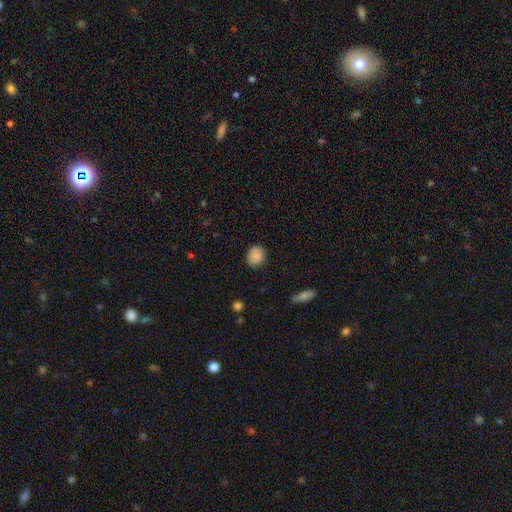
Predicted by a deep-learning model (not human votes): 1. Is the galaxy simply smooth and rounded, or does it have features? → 83% smooth, 9% star or artifact, 8% featured or disk.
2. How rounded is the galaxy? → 63% round, 35% in between, 1% cigar-shaped.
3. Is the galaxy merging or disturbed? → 77% none, 18% minor disturbance, 4% major disturbance, 1% merger.